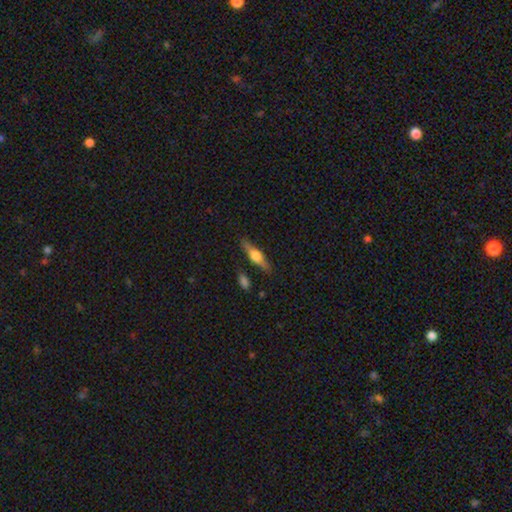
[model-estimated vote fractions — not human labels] Smooth or featured? Predicted: featured or disk (p=0.52). Edge-on disk? Predicted: yes (p=0.93). Merging? Predicted: none (p=0.84).